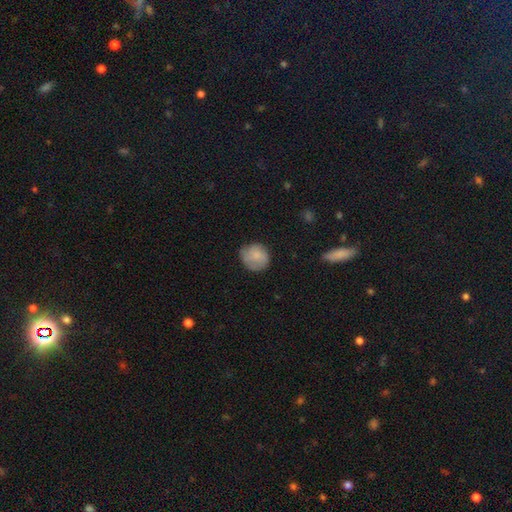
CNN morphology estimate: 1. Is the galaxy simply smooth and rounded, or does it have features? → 74% smooth, 20% featured or disk, 7% star or artifact.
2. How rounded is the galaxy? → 86% round, 13% in between, 1% cigar-shaped.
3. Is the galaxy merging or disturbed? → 68% none, 24% minor disturbance, 6% major disturbance, 1% merger.